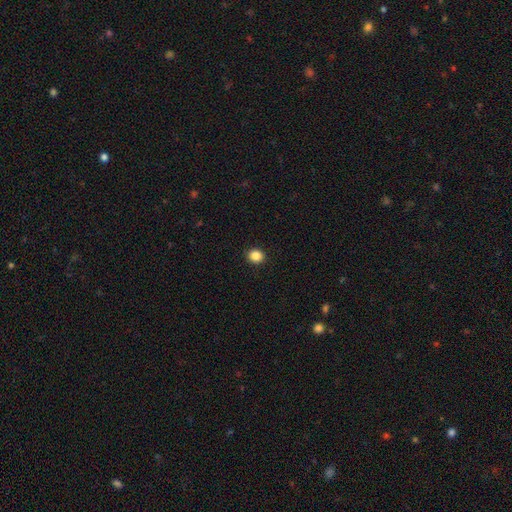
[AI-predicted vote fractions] Smooth or featured? smooth (87%)
How rounded? round (80%)
Merging? none (92%)